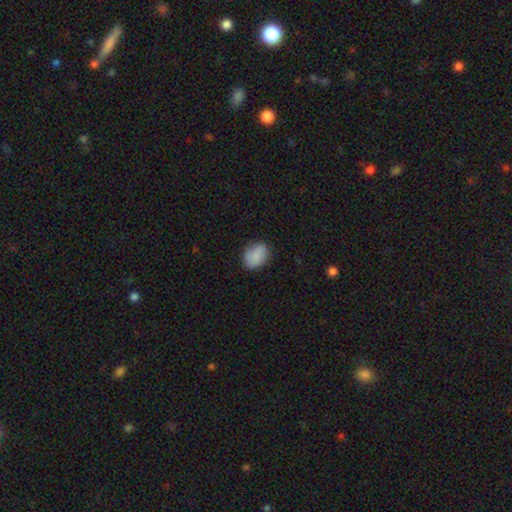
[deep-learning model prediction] Overall: smooth (84%). How rounded: in between (64%; round 35%). Merging: none (77%).